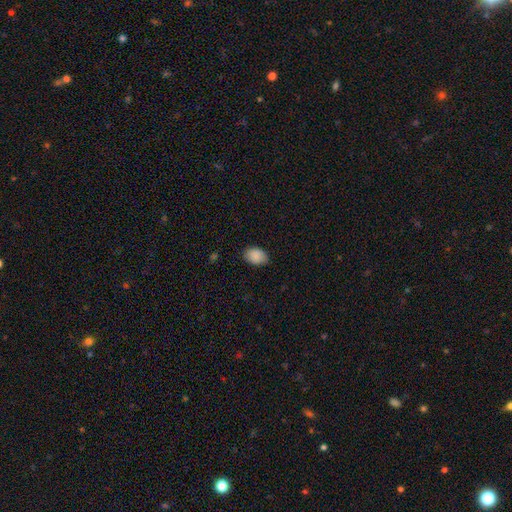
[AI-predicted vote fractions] smooth_or_featured: smooth (p=0.89) [alt: star or artifact p=0.07]
how_rounded: in between (p=0.82) [alt: round p=0.17]
merging: none (p=0.81) [alt: minor disturbance p=0.15]